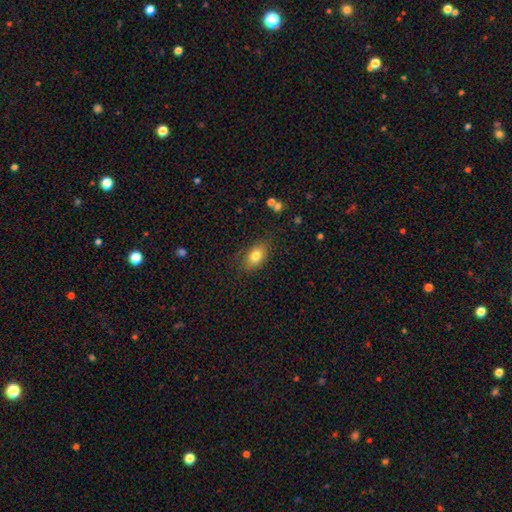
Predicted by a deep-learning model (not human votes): Q: Smooth or featured?
A: smooth (80%); runner-up: featured or disk (11%)
Q: How rounded?
A: in between (81%); runner-up: round (17%)
Q: Merging?
A: none (80%); runner-up: minor disturbance (15%)